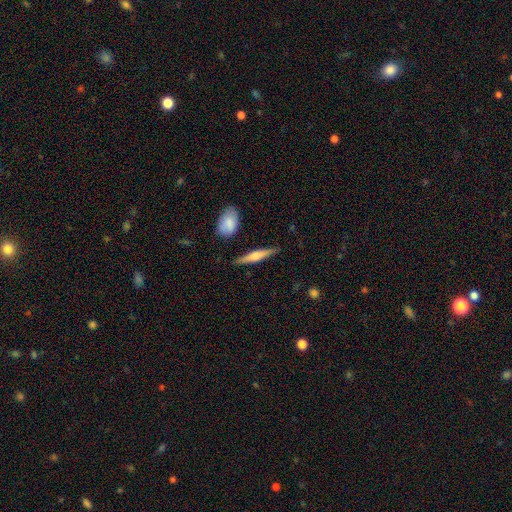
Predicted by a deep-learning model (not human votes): A featured or disk galaxy (55%) viewed edge-on (96%) with a rounded central bulge (74%).

Vote fractions:
- Smooth or featured? featured or disk: 55% / smooth: 40% / star or artifact: 6%
- Edge-on disk? yes: 96% / no: 4%
- Edge-on bulge? rounded: 74% / boxy: 17% / none: 9%
- Merging? none: 84% / minor disturbance: 11% / merger: 3% / major disturbance: 2%